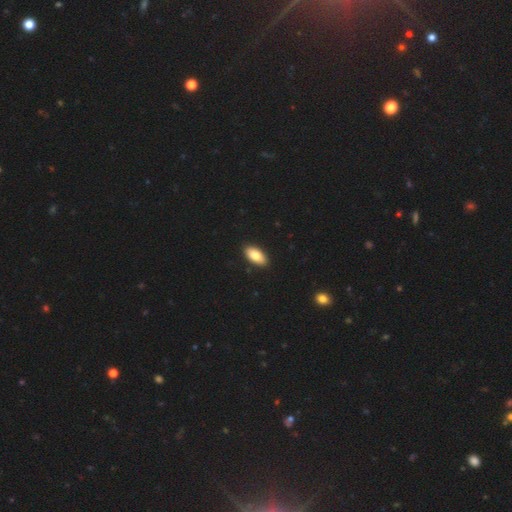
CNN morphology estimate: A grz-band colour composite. It shows a smooth galaxy with no disk features (82%) that is in between round and cigar-shaped (92%). Merging: none (90%).